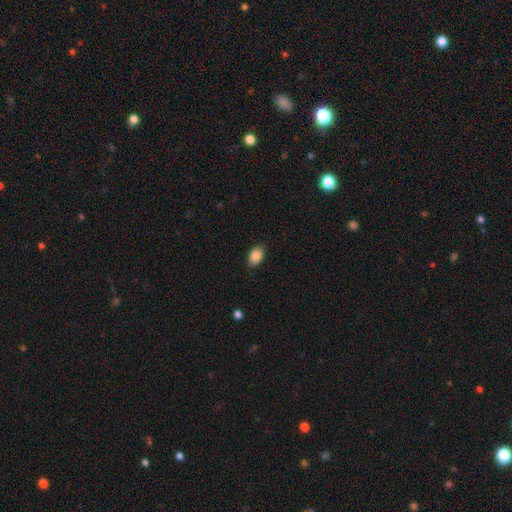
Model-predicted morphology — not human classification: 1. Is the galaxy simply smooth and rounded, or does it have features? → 87% smooth, 8% star or artifact, 6% featured or disk.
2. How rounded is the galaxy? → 88% in between, 11% round, 1% cigar-shaped.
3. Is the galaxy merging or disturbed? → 87% none, 10% minor disturbance, 2% major disturbance, 1% merger.